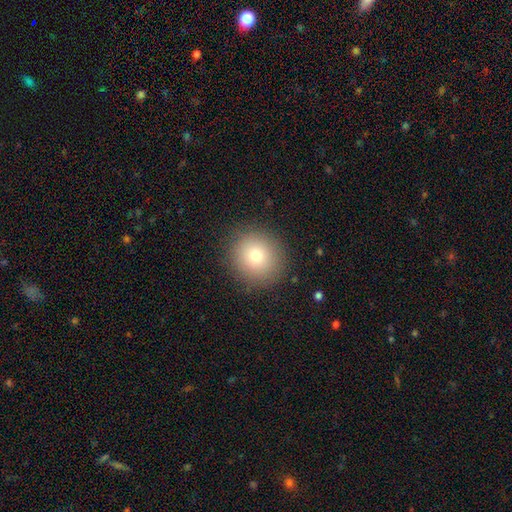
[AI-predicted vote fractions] smooth 76%, star or artifact 13%, featured or disk 11%. Down the decision tree: how rounded — round (92%); merging — none (89%).